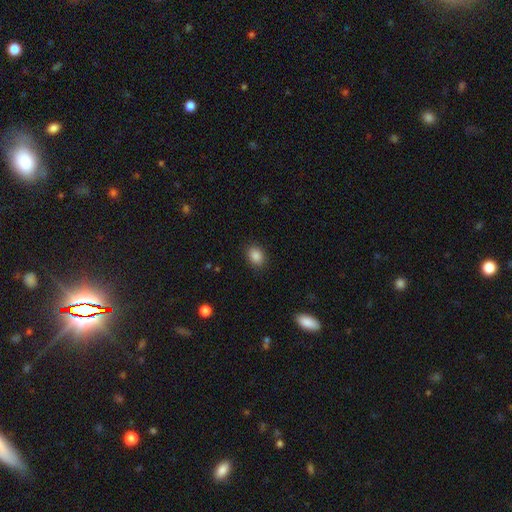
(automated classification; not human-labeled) Smooth or featured? smooth (87%)
How rounded? in between (66%)
Merging? none (87%)